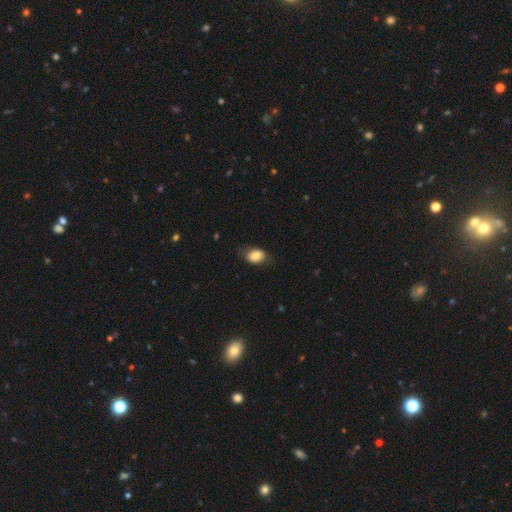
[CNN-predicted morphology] smooth 83%, featured or disk 9%, star or artifact 8%. Down the decision tree: how rounded — in between (77%); merging — none (75%).